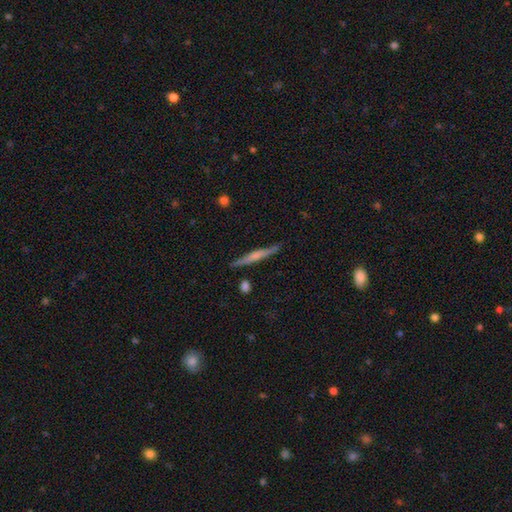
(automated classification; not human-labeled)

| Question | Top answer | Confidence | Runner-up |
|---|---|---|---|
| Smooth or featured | featured or disk | 58% | smooth (36%) |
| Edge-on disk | yes | 97% | no (3%) |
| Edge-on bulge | rounded | 52% | none (32%) |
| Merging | none | 87% | minor disturbance (9%) |